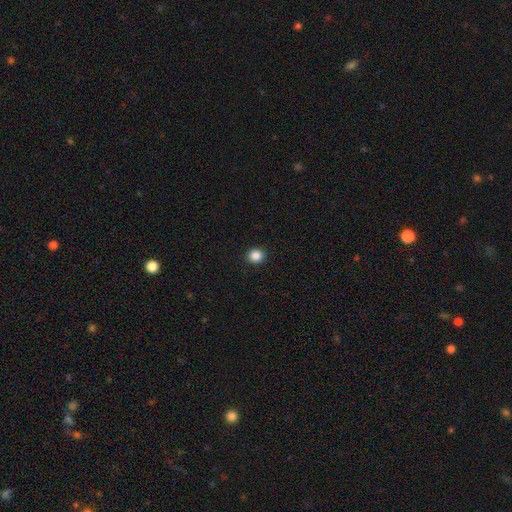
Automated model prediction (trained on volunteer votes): This appears to be a smooth galaxy with no disk features (87%) that is round (88%). Merging: none (93%).